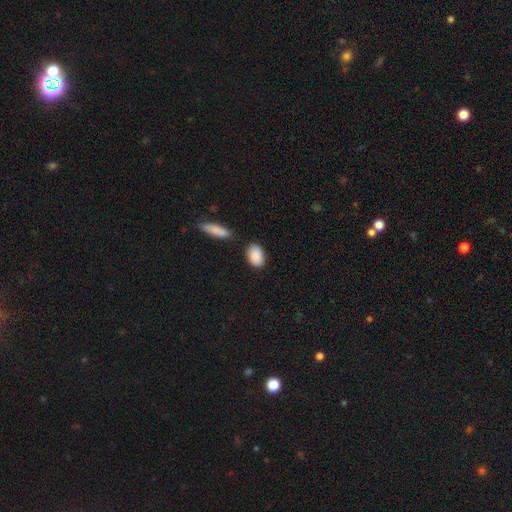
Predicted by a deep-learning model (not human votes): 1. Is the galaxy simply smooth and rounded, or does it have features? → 90% smooth, 6% star or artifact, 4% featured or disk.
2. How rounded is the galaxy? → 87% in between, 11% round, 2% cigar-shaped.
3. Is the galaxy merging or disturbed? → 79% none, 12% minor disturbance, 6% merger, 3% major disturbance.